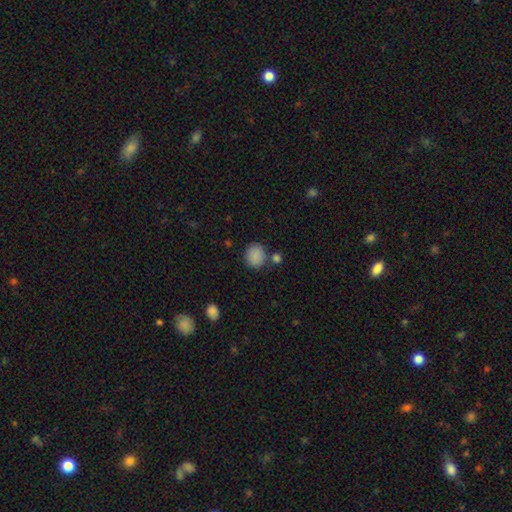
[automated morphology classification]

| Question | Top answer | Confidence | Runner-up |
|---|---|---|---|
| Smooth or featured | smooth | 87% | star or artifact (9%) |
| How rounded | round | 78% | in between (21%) |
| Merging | none | 76% | minor disturbance (11%) |